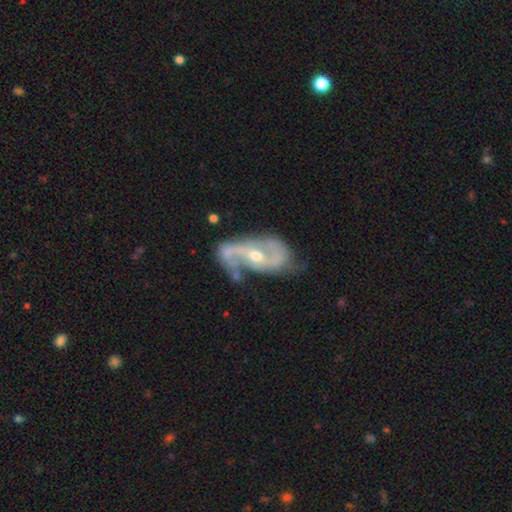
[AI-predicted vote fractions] Smooth or featured? featured or disk (87%)
Edge-on disk? no (96%)
Bar? weak (41%)
Spiral arms? yes (93%)
Spiral winding? loose (43%)
Spiral arm count? 2 (83%)
Bulge size? moderate (61%)
Merging? none (47%)